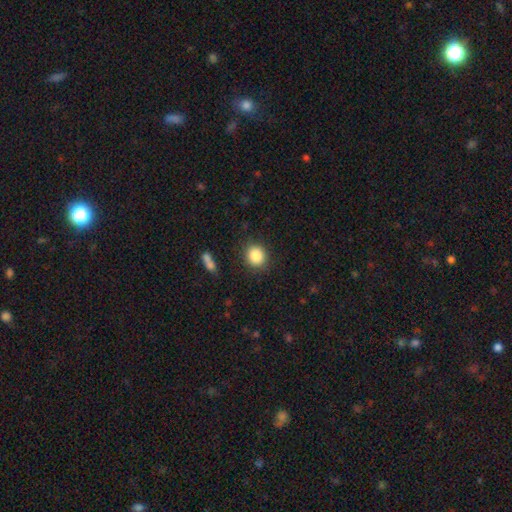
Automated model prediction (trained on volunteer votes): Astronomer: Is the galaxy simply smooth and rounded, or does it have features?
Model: smooth — 85%.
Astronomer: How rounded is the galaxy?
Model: round — 82%.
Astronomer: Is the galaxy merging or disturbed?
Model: none — 88%.